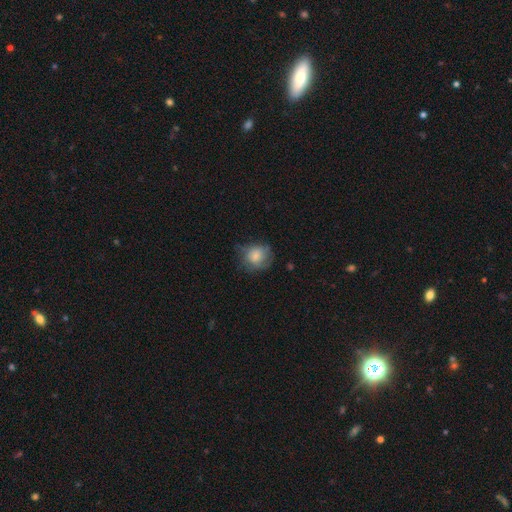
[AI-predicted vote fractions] Morphology: type=smooth (69%); roundness=round (71%); merging=none (54%).